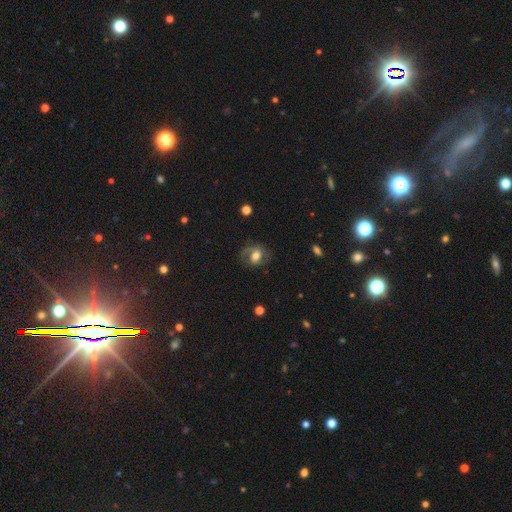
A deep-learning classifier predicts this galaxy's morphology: Smooth or featured? featured or disk (68%)
Edge-on disk? no (97%)
Bar? weak (44%)
Spiral arms? yes (88%)
Spiral winding? medium (51%)
Spiral arm count? 2 (78%)
Bulge size? moderate (56%)
Merging? none (68%)